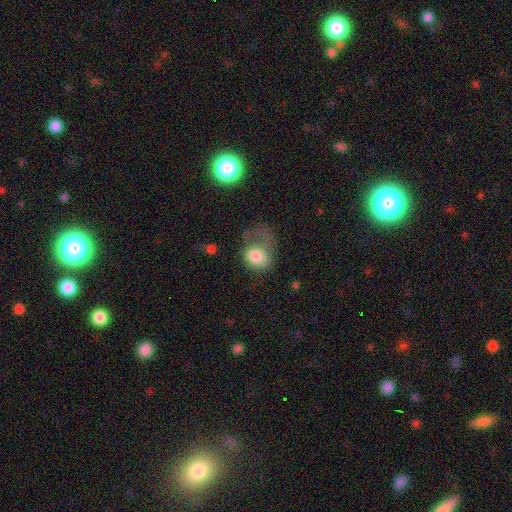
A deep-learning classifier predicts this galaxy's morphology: Smooth or featured? Predicted: smooth (p=0.75). How rounded? Predicted: round (p=0.55). Merging? Predicted: major disturbance (p=0.56).